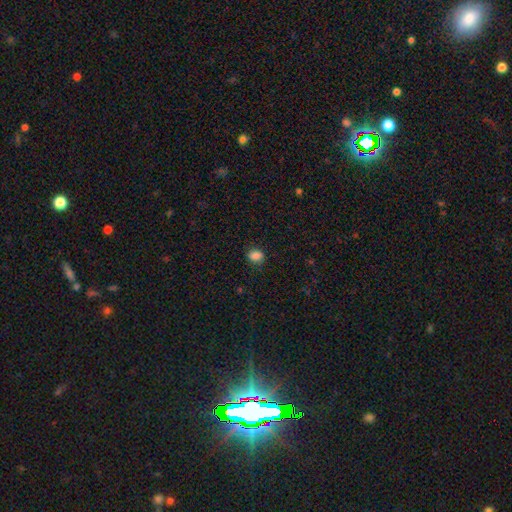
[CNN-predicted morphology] smooth_or_featured: smooth (p=0.85) [alt: star or artifact p=0.11]
how_rounded: in between (p=0.60) [alt: round p=0.38]
merging: none (p=0.81) [alt: minor disturbance p=0.14]